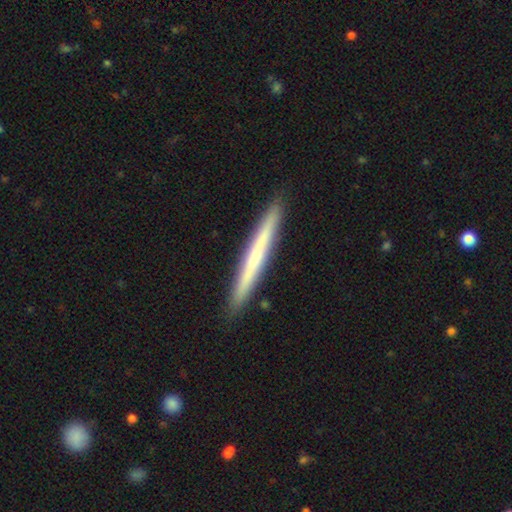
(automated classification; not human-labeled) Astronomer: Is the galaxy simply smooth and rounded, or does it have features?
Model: smooth — 48% (runner-up: featured or disk, 46%).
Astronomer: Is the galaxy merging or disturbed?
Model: none — 92%.